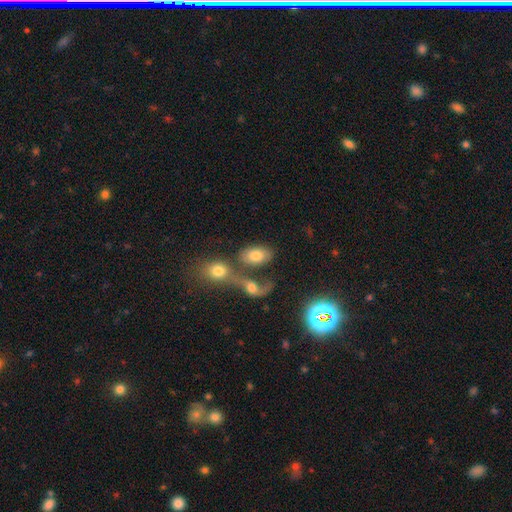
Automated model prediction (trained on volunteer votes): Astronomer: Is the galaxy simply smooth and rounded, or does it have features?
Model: smooth — 74%.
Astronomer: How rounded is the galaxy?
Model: in between — 89%.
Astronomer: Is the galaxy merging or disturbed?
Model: merger — 41% (runner-up: none, 40%).